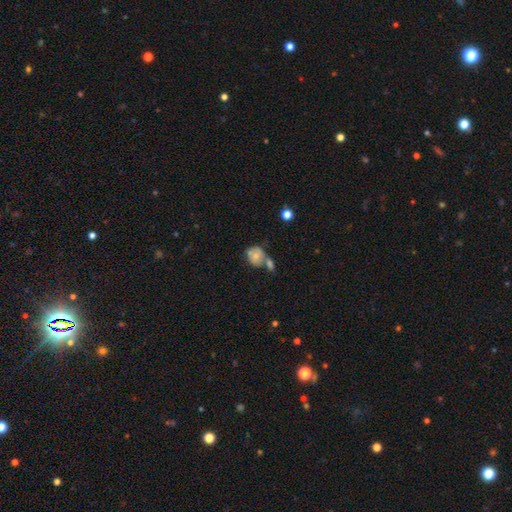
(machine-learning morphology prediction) Smooth or featured? Predicted: smooth (p=0.63). How rounded? Predicted: round (p=0.59). Merging? Predicted: merger (p=0.45).